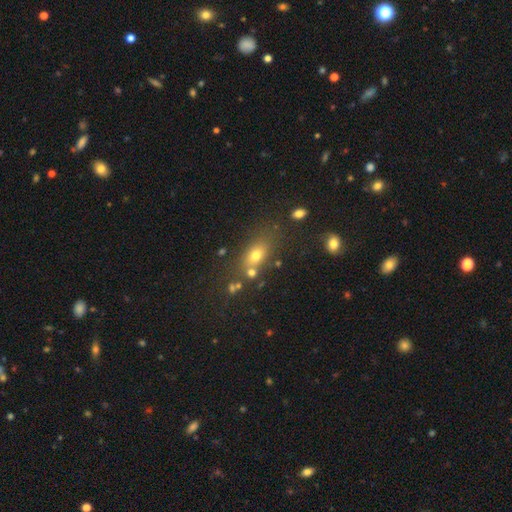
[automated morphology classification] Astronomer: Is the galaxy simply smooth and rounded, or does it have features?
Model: smooth — 67%.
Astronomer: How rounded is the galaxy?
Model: in between — 67%.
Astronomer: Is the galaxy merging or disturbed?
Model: none — 62%.